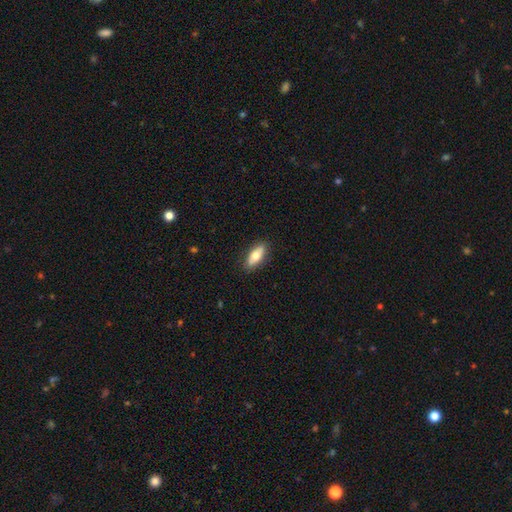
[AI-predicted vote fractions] Smooth or featured? Predicted: smooth (p=0.70). How rounded? Predicted: in between (p=0.77). Merging? Predicted: none (p=0.87).